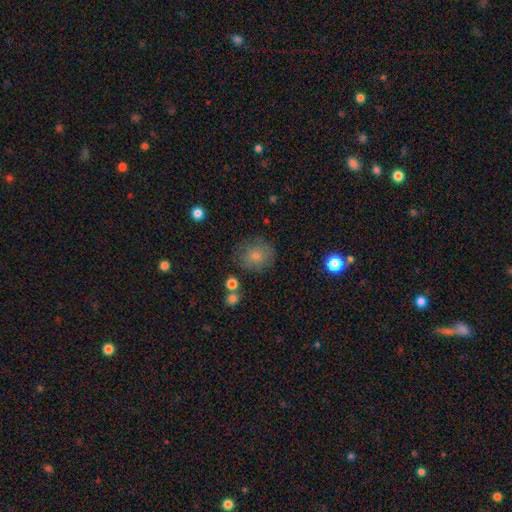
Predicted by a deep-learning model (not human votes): Overall: smooth (68%). How rounded: round (81%). Merging: none (78%).